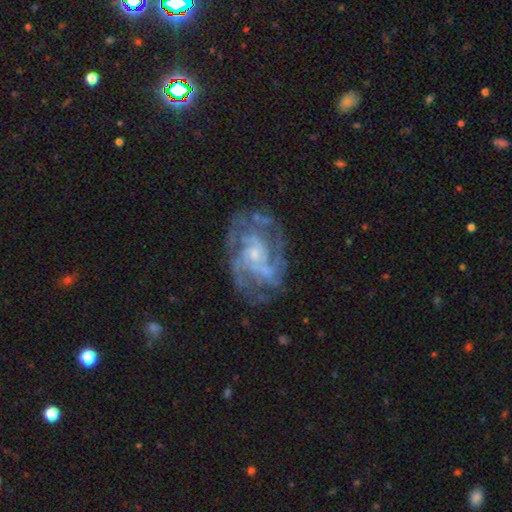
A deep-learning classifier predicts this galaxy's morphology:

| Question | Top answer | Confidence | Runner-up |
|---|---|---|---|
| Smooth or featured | featured or disk | 87% | star or artifact (6%) |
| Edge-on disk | no | 97% | yes (3%) |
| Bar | no | 67% | weak (27%) |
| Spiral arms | yes | 93% | no (7%) |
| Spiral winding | tight | 51% | medium (40%) |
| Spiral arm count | can't tell | 28% | 3 (23%) |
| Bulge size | small | 69% | moderate (22%) |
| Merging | none | 67% | minor disturbance (19%) |